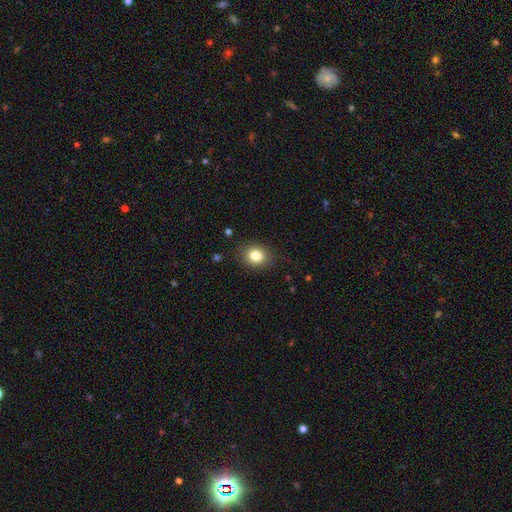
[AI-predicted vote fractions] A smooth galaxy with no disk features (82%) that is round (56%).

Vote fractions:
- Smooth or featured? smooth: 82% / star or artifact: 10% / featured or disk: 8%
- How rounded? round: 56% / in between: 43% / cigar-shaped: 1%
- Merging? none: 86% / minor disturbance: 10% / major disturbance: 3% / merger: 1%